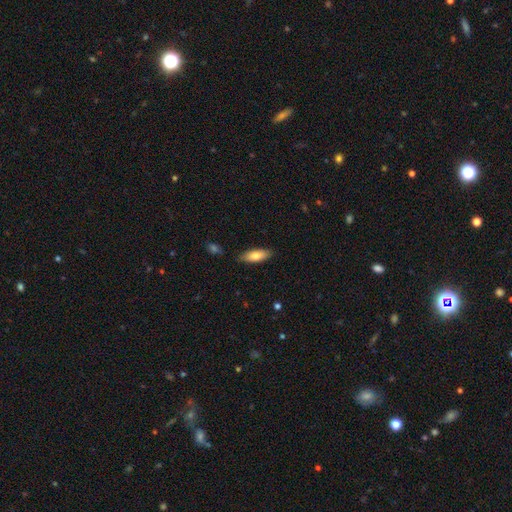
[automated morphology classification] A smooth galaxy with no disk features (77%) that is in between round and cigar-shaped (69%). Merging: none (85%).